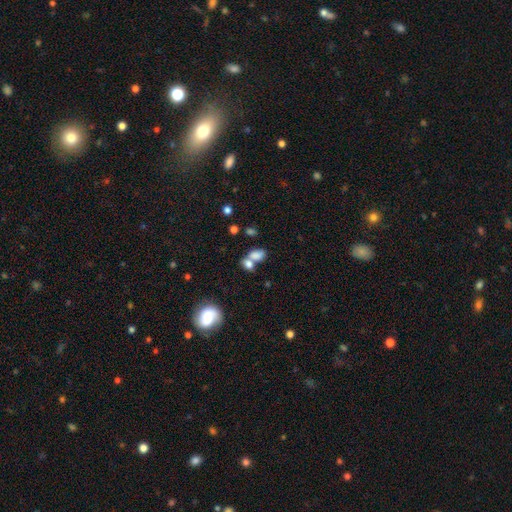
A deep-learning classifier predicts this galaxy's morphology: Overall: smooth (78%). How rounded: in between (83%). Merging: merger (59%; none 28%).